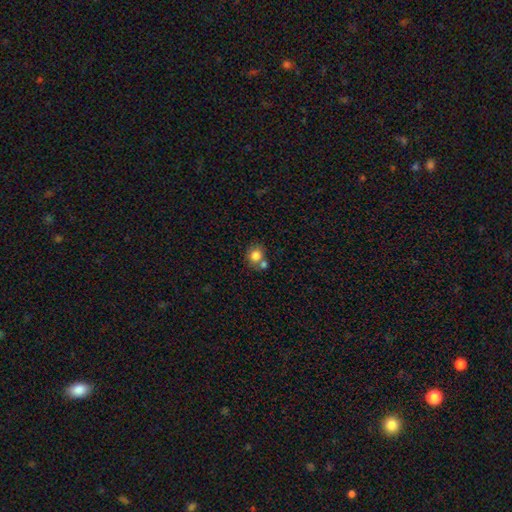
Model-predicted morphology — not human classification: smooth_or_featured: smooth (p=0.82) [alt: star or artifact p=0.10]
how_rounded: round (p=0.74) [alt: in between p=0.26]
merging: none (p=0.55) [alt: merger p=0.30]